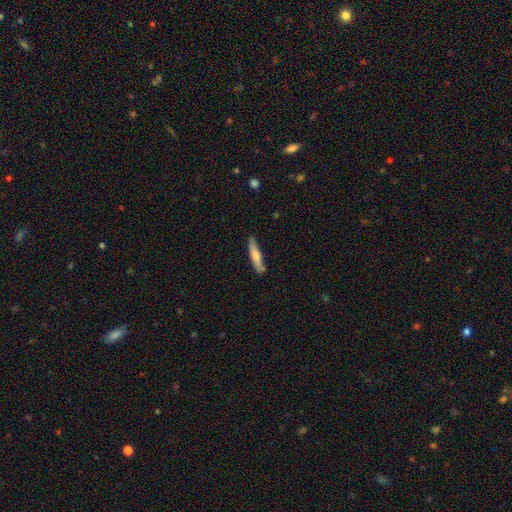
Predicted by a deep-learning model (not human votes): Smooth or featured?
  - smooth: 60% *
  - featured or disk: 35%
  - star or artifact: 5%
How rounded?
  - cigar-shaped: 87% *
  - in between: 12%
  - round: 2%
Merging?
  - none: 78% *
  - minor disturbance: 16%
  - merger: 3%
  - major disturbance: 3%